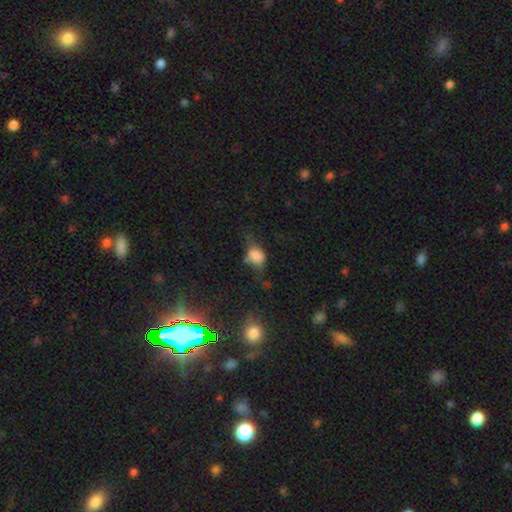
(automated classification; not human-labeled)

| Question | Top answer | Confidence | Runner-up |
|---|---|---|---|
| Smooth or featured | smooth | 65% | featured or disk (22%) |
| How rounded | in between | 71% | round (25%) |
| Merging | none | 38% | minor disturbance (31%) |